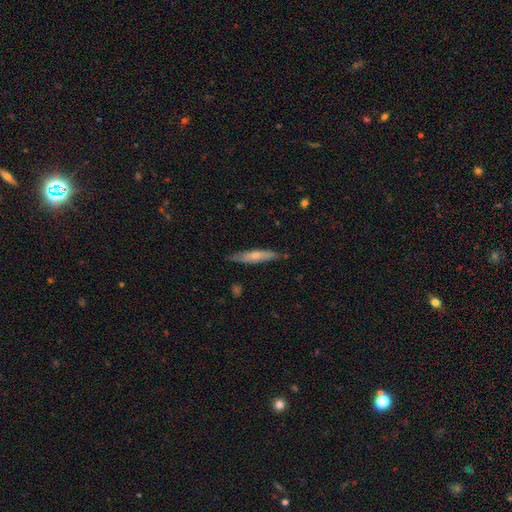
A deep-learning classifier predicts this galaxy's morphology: Smooth or featured? Predicted: smooth (p=0.49). Merging? Predicted: none (p=0.81).